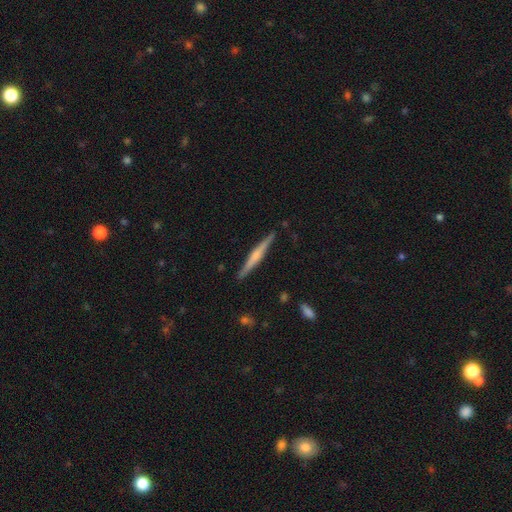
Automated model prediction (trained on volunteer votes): Smooth or featured? featured or disk (65%)
Edge-on disk? yes (98%)
Edge-on bulge? rounded (59%)
Merging? none (90%)